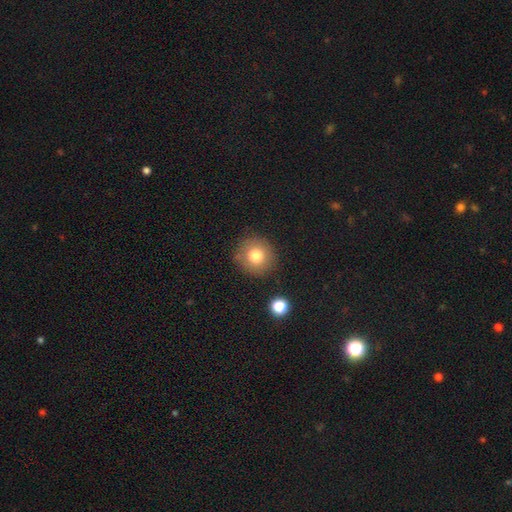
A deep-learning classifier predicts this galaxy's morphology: Smooth or featured?
  - smooth: 78% *
  - featured or disk: 11%
  - star or artifact: 11%
How rounded?
  - round: 91% *
  - in between: 8%
  - cigar-shaped: 1%
Merging?
  - none: 84% *
  - minor disturbance: 10%
  - merger: 3%
  - major disturbance: 3%